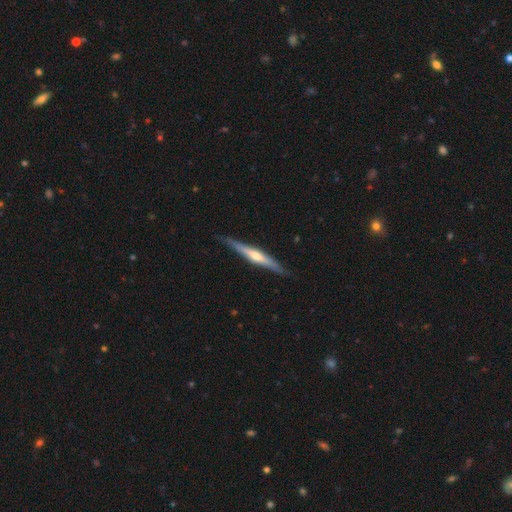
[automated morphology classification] smooth-or-featured: featured or disk: 68% | smooth: 27% | star or artifact: 5%
  disk-edge-on: yes: 96% | no: 4%
    edge-on-bulge: rounded: 81% | none: 13% | boxy: 6%
  merging: none: 86% | minor disturbance: 11% | major disturbance: 2% | merger: 1%